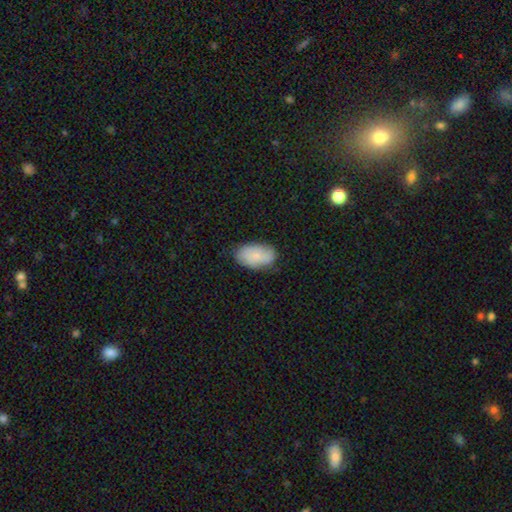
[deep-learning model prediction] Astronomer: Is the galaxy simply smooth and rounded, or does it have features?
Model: smooth — 70%.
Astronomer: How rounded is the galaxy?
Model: in between — 93%.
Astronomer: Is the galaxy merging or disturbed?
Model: none — 76%.